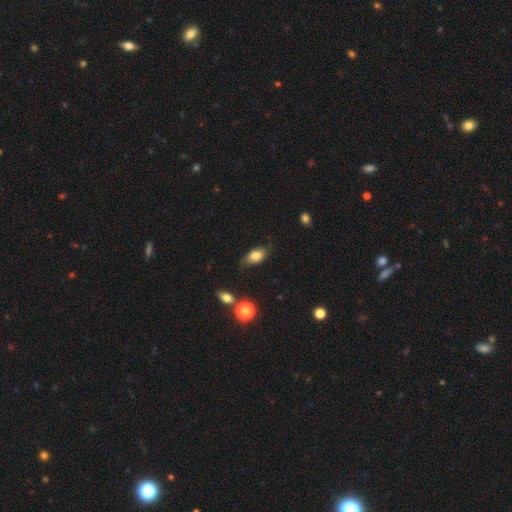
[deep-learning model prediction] smooth 78%, featured or disk 14%, star or artifact 8%. Down the decision tree: how rounded — in between (88%); merging — none (66%).